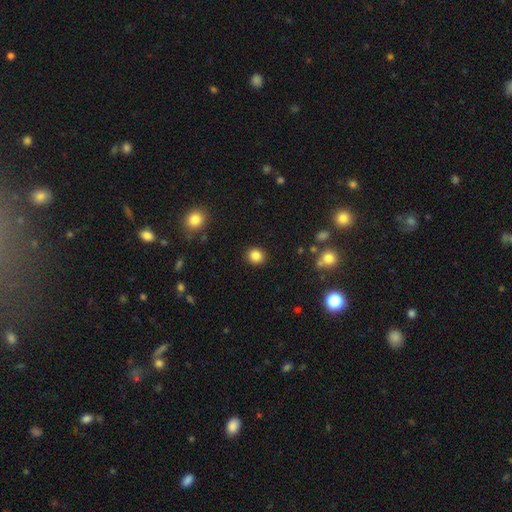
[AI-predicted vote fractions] Morphology: type=smooth (85%); roundness=round (81%); merging=none (91%).